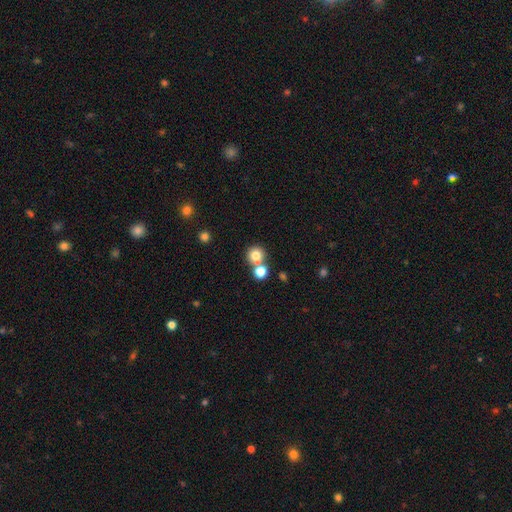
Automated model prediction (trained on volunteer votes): Smooth or featured?
  - smooth: 76% *
  - star or artifact: 13%
  - featured or disk: 11%
How rounded?
  - round: 90% *
  - in between: 9%
  - cigar-shaped: 1%
Merging?
  - none: 53% *
  - merger: 37%
  - minor disturbance: 6%
  - major disturbance: 3%